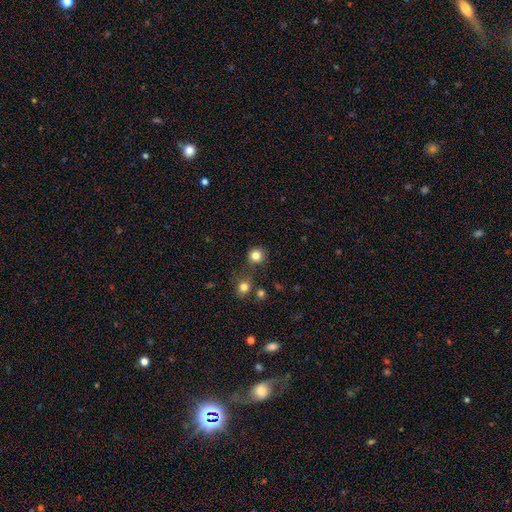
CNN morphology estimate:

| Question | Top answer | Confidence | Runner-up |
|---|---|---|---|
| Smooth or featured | smooth | 83% | star or artifact (12%) |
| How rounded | round | 92% | in between (7%) |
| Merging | none | 77% | minor disturbance (11%) |